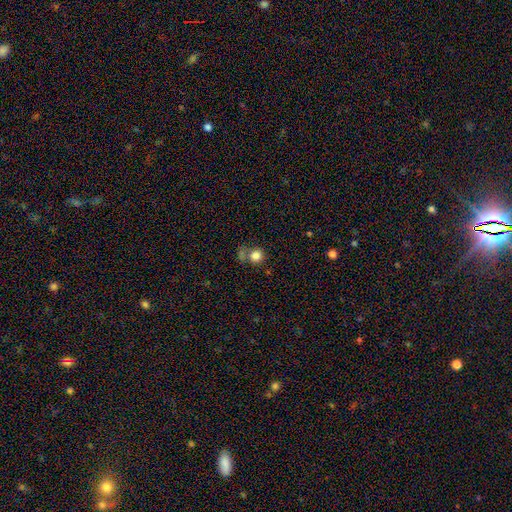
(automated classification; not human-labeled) This appears to be a smooth galaxy with no disk features (80%) that is round (89%). Merging: none (58%).